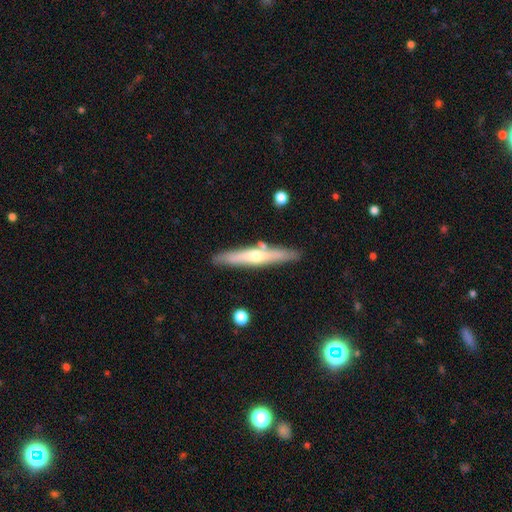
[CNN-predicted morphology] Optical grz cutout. It shows a featured or disk galaxy (55%) viewed edge-on (90%) with a rounded central bulge (79%). Merging: none (84%).